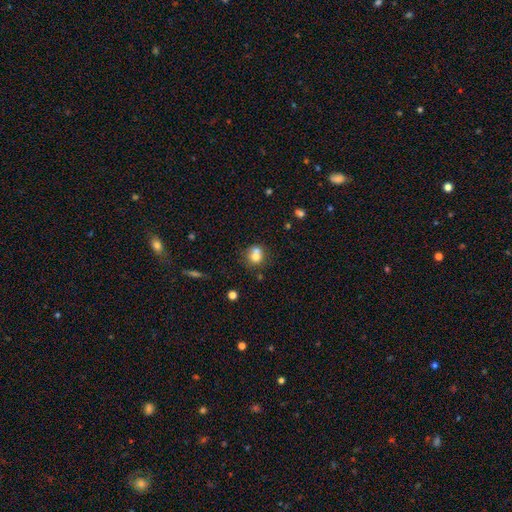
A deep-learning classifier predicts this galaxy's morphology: A smooth galaxy with no disk features (72%) that is round (80%).

Vote fractions:
- Smooth or featured? smooth: 72% / featured or disk: 17% / star or artifact: 11%
- How rounded? round: 80% / in between: 19% / cigar-shaped: 1%
- Merging? merger: 47% / none: 39% / minor disturbance: 10% / major disturbance: 4%